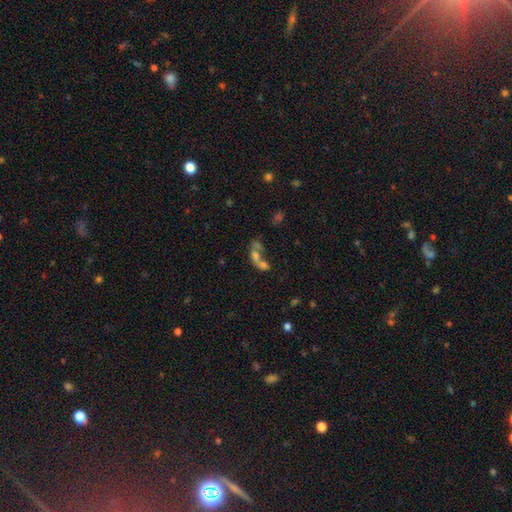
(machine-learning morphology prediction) Smooth or featured: smooth — 51% (featured or disk — 30%)
How rounded: in between — 70% (round — 21%)
Merging: merger — 67% (none — 17%)